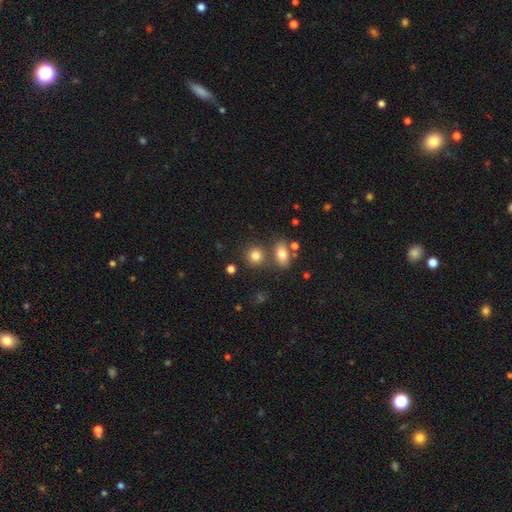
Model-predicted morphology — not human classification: A smooth galaxy with no disk features (81%) that is round (75%). Merging: none (68%).